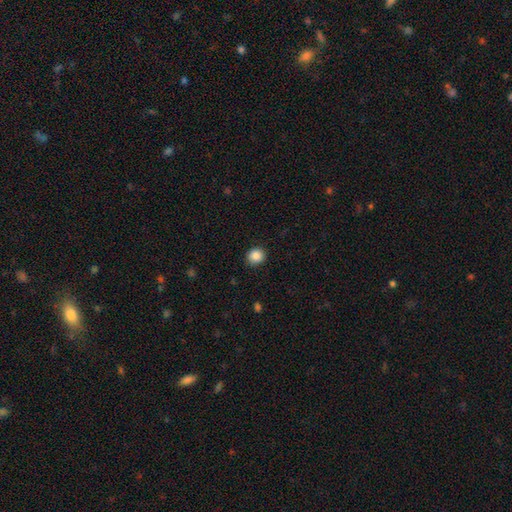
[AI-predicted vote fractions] Smooth or featured: smooth — 87% (star or artifact — 9%)
How rounded: round — 87% (in between — 12%)
Merging: none — 90% (minor disturbance — 7%)